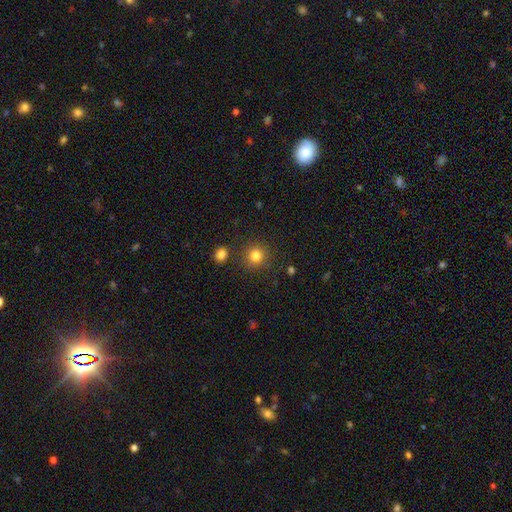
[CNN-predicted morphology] Smooth or featured? smooth (82%)
How rounded? round (92%)
Merging? none (87%)